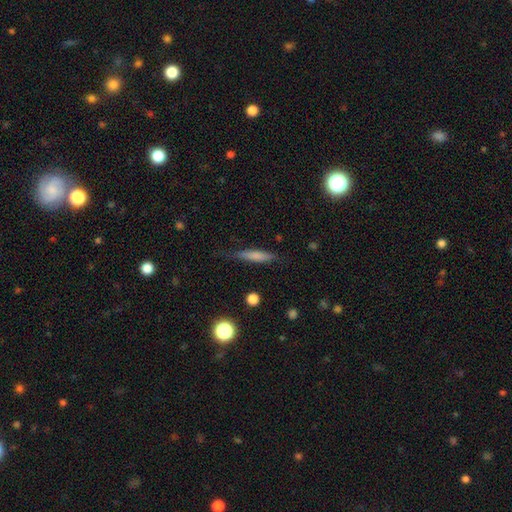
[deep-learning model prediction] Smooth or featured?
  - smooth: 67% *
  - featured or disk: 25%
  - star or artifact: 8%
How rounded?
  - cigar-shaped: 85% *
  - in between: 13%
  - round: 2%
Merging?
  - none: 72% *
  - minor disturbance: 20%
  - major disturbance: 6%
  - merger: 2%